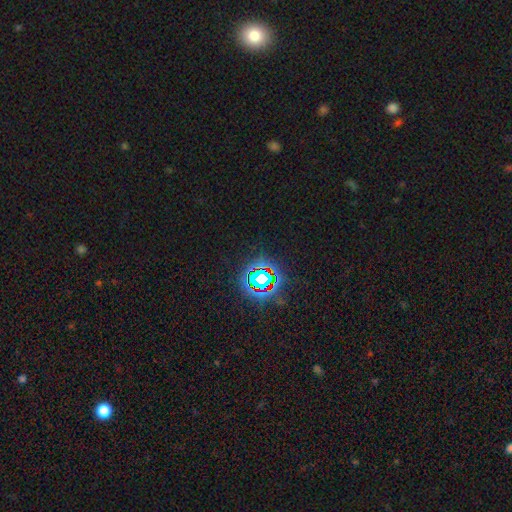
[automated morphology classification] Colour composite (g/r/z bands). It shows a star or artifact, not a galaxy (77%).